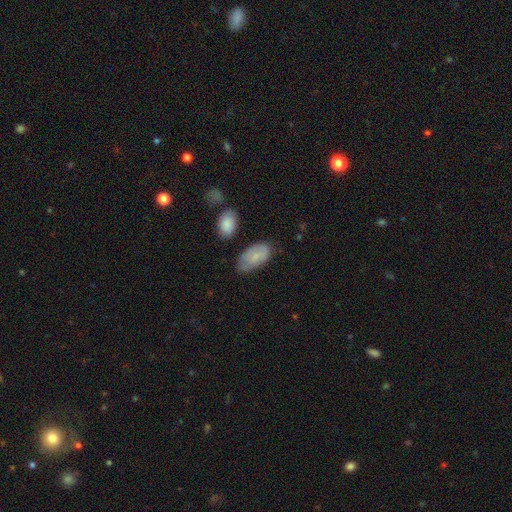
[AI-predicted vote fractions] This appears to be a smooth galaxy with no disk features (71%) that is in between round and cigar-shaped (94%). Merging: none (65%).